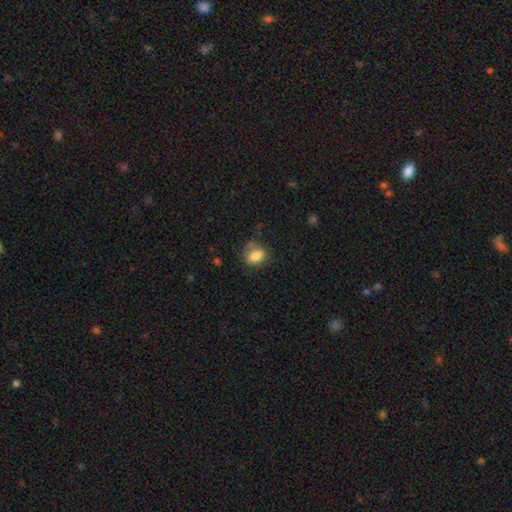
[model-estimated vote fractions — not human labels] The model was most divided on "how rounded": in between: 63%, round: 35%, cigar-shaped: 1%. More confident: smooth or featured — smooth (83%); merging — none (67%).